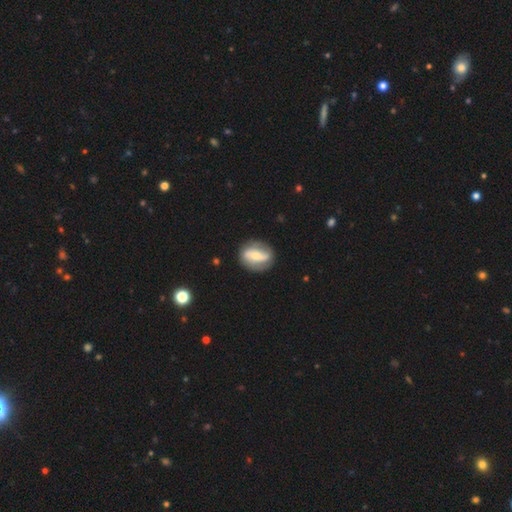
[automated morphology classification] Smooth or featured?
  - featured or disk: 66% *
  - smooth: 28%
  - star or artifact: 6%
Edge-on disk?
  - no: 93% *
  - yes: 7%
Bar?
  - strong: 51% *
  - weak: 27%
  - no: 22%
Spiral arms?
  - yes: 72% *
  - no: 28%
Bulge size?
  - moderate: 48% *
  - small: 45%
  - large: 4%
  - none: 2%
  - dominant: 1%
Merging?
  - none: 80% *
  - minor disturbance: 13%
  - major disturbance: 5%
  - merger: 2%